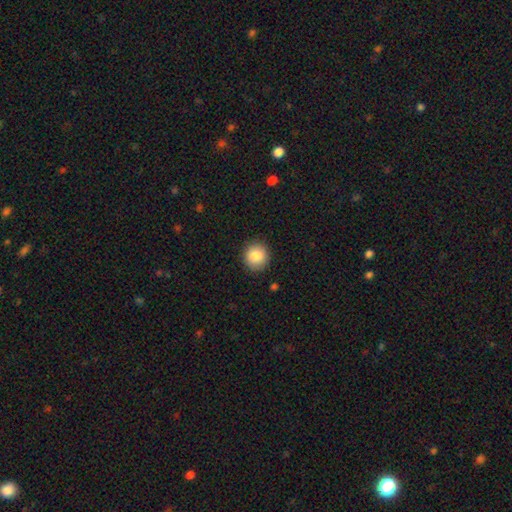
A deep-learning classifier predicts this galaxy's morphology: Smooth or featured? smooth (86%)
How rounded? round (89%)
Merging? none (90%)